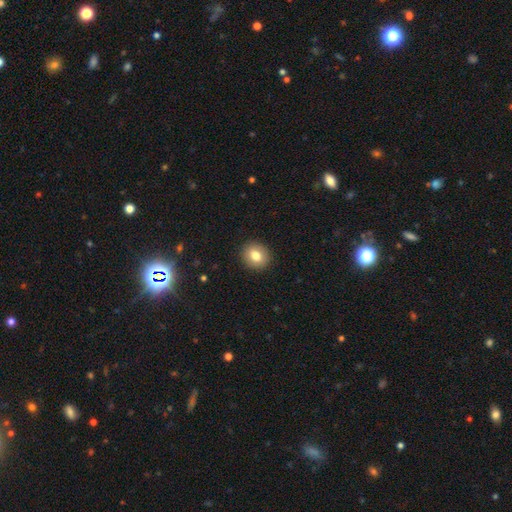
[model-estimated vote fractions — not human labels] This is likely a smooth galaxy (80%). How rounded: likely round (77%). Merging: clearly none (91%).